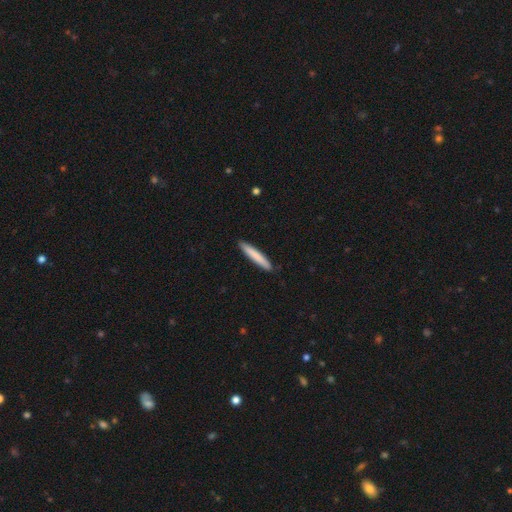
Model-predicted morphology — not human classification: Smooth or featured? Predicted: smooth (p=0.81). How rounded? Predicted: cigar-shaped (p=0.94). Merging? Predicted: none (p=0.90).